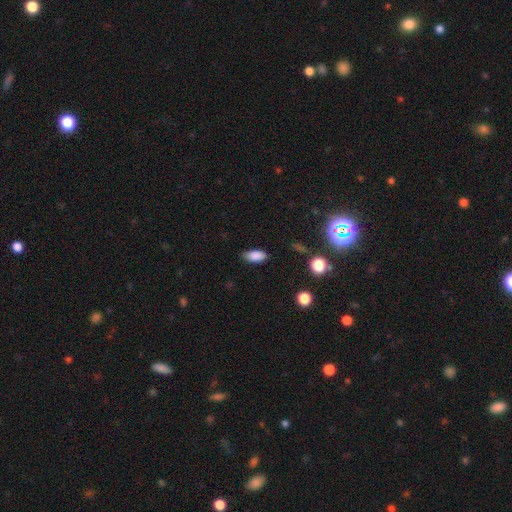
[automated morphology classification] smooth 86%, star or artifact 9%, featured or disk 5%. Down the decision tree: how rounded — in between (89%); merging — none (81%).